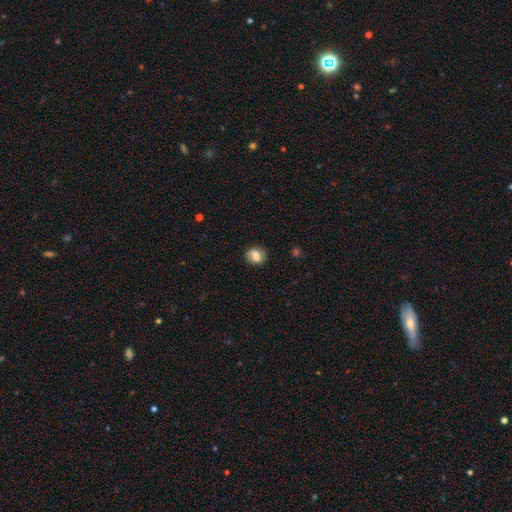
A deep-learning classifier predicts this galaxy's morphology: The model was most divided on "how rounded": round: 52%, in between: 46%, cigar-shaped: 2%. More confident: merging — none (81%); smooth or featured — smooth (58%).